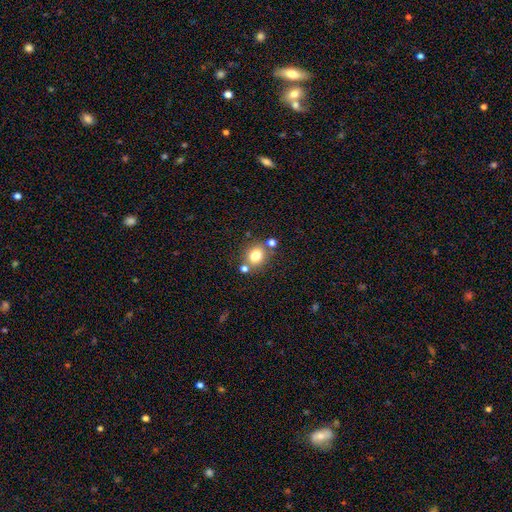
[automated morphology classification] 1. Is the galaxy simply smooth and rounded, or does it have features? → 78% smooth, 12% star or artifact, 10% featured or disk.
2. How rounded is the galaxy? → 70% round, 29% in between, 1% cigar-shaped.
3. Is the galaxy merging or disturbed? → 69% none, 15% merger, 11% minor disturbance, 4% major disturbance.